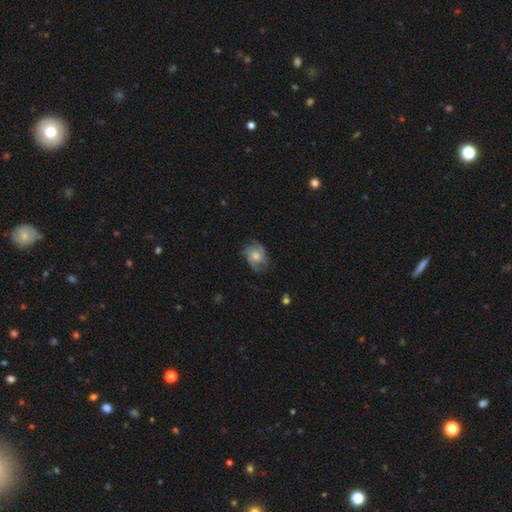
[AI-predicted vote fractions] Smooth or featured?
  - featured or disk: 69% *
  - smooth: 24%
  - star or artifact: 7%
Edge-on disk?
  - no: 97% *
  - yes: 3%
Bar?
  - no: 73% *
  - weak: 23%
  - strong: 4%
Spiral arms?
  - yes: 91% *
  - no: 9%
Spiral winding?
  - medium: 45% *
  - tight: 38%
  - loose: 17%
Spiral arm count?
  - 3: 38% *
  - 2: 25%
  - can't tell: 20%
  - 4: 9%
  - 1: 4%
  - more than 4: 4%
Bulge size?
  - moderate: 60% *
  - small: 24%
  - large: 11%
  - none: 4%
  - dominant: 1%
Merging?
  - none: 66% *
  - minor disturbance: 22%
  - major disturbance: 11%
  - merger: 1%